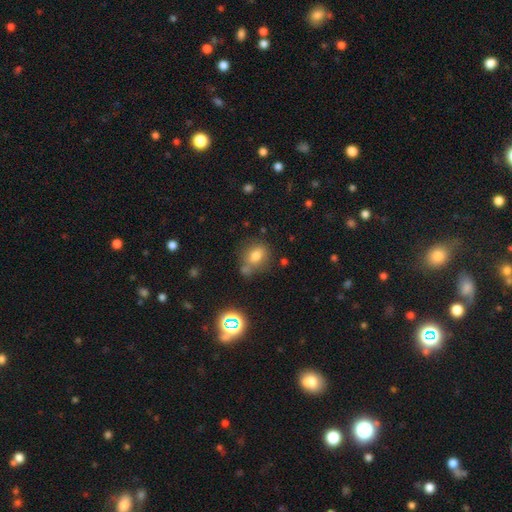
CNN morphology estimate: Overall: smooth (72%). How rounded: in between (54%; round 44%). Merging: none (60%).